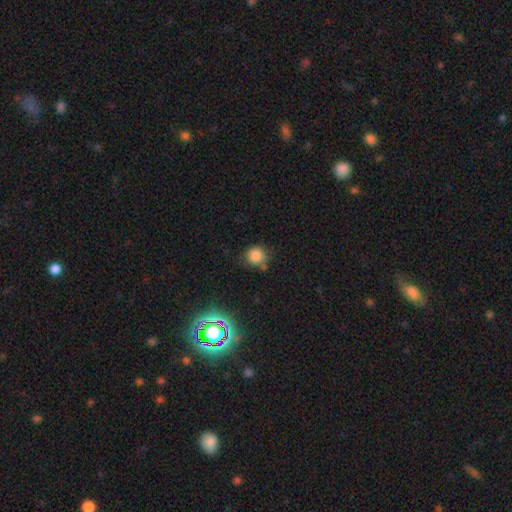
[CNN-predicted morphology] smooth 82%, star or artifact 13%, featured or disk 5%. Down the decision tree: how rounded — round (87%); merging — none (71%).